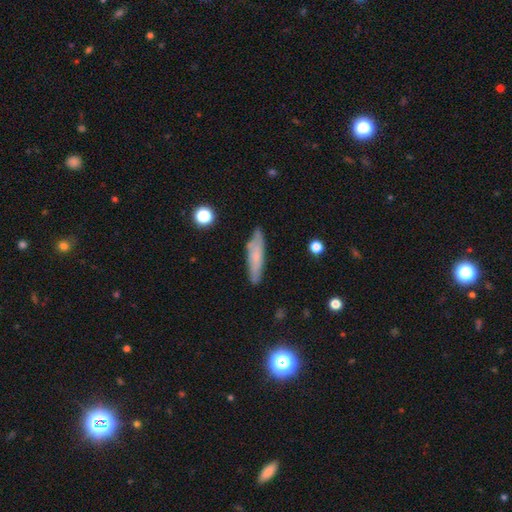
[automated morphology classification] type=smooth (63%); roundness=cigar-shaped (78%); merging=none (81%).